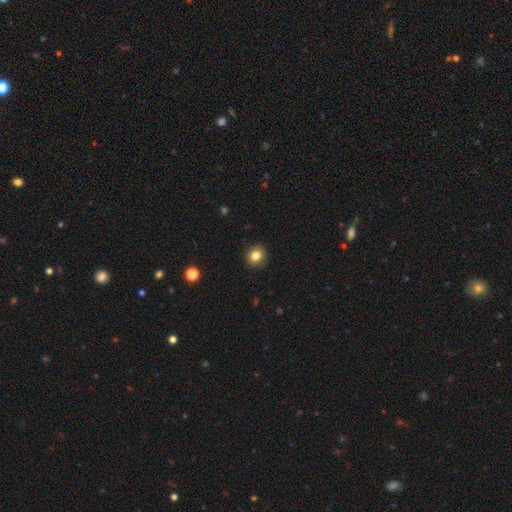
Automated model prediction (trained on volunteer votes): This appears to be a smooth galaxy with no disk features (83%) that is round (88%). Merging: none (92%).